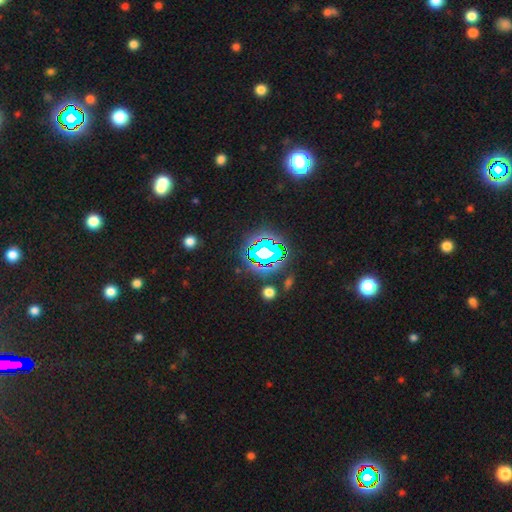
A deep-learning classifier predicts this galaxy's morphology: Overall: star or artifact (81%).